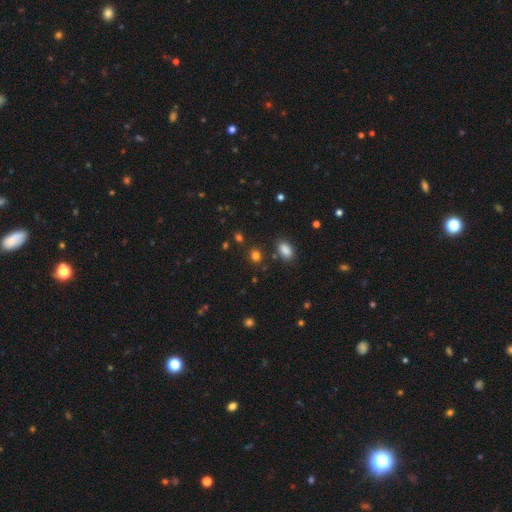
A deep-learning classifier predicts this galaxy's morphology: smooth-or-featured: smooth: 79% | star or artifact: 16% | featured or disk: 5%
  how-rounded: round: 62% | in between: 36% | cigar-shaped: 2%
  merging: none: 83% | minor disturbance: 9% | merger: 5% | major disturbance: 3%